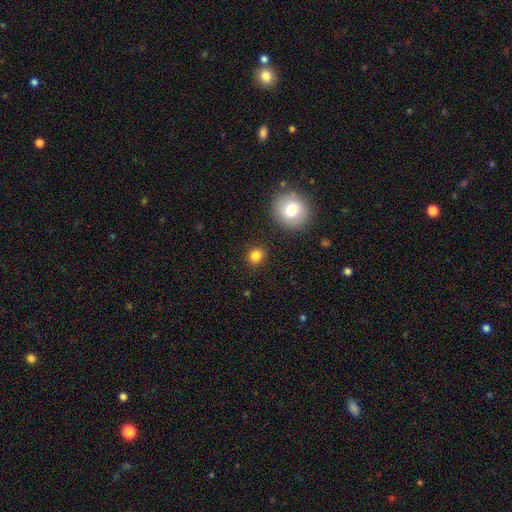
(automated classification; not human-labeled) smooth 82%, star or artifact 12%, featured or disk 6%. Down the decision tree: how rounded — round (86%); merging — none (89%).